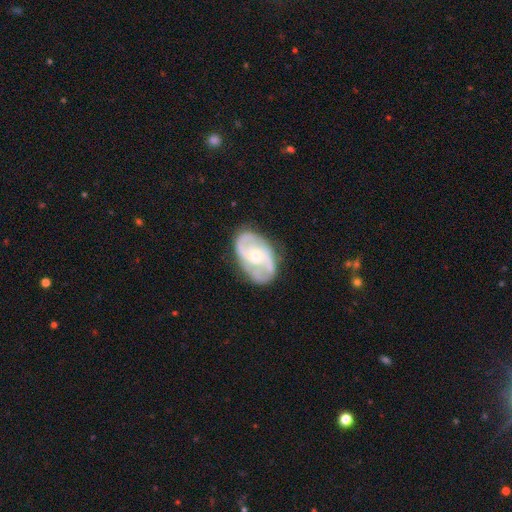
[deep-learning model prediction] A featured or disk galaxy (84%) with no bar (58%), 2 (82%) medium (51%) spiral arms (94%) and a moderate central bulge (50%). Merging: none (78%).